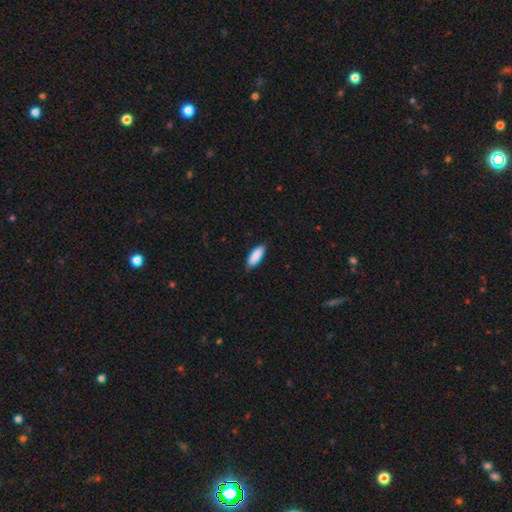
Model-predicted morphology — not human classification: smooth-or-featured: smooth: 89% | star or artifact: 6% | featured or disk: 6%
  how-rounded: in between: 66% | cigar-shaped: 33% | round: 2%
  merging: none: 83% | minor disturbance: 14% | major disturbance: 2% | merger: 1%